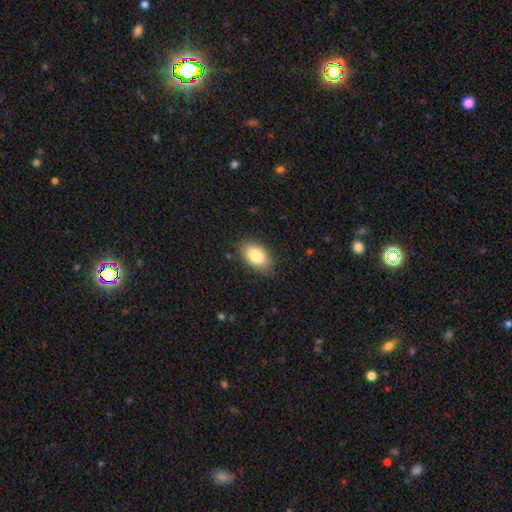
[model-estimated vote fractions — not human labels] Overall: smooth (86%). How rounded: in between (92%). Merging: none (82%).